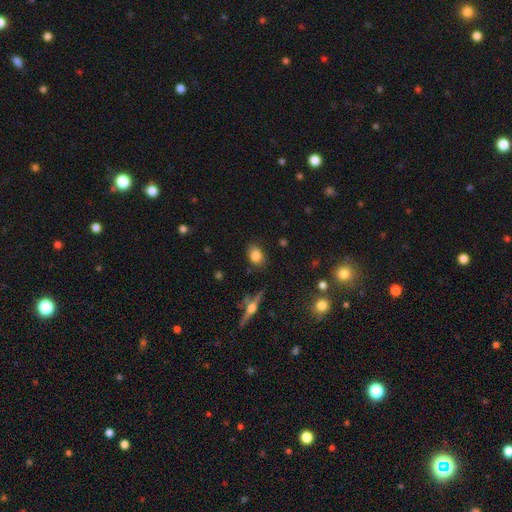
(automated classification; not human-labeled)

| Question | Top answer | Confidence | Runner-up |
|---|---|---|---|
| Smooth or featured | smooth | 80% | featured or disk (11%) |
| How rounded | in between | 71% | round (26%) |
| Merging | none | 80% | minor disturbance (15%) |